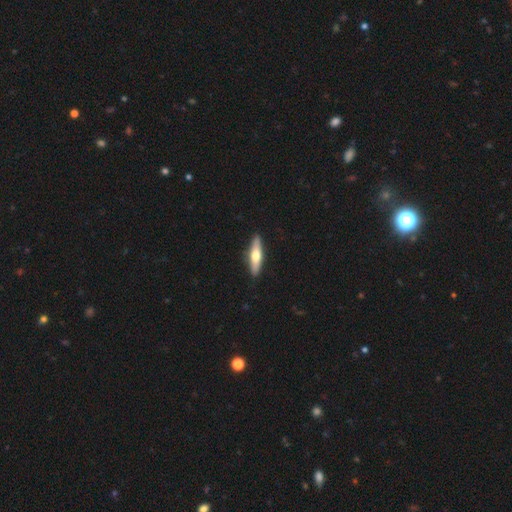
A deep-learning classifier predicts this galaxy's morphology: A smooth galaxy with no disk features (53%) that is cigar-shaped (74%).

Vote fractions:
- Smooth or featured? smooth: 53% / featured or disk: 42% / star or artifact: 5%
- How rounded? cigar-shaped: 74% / in between: 24% / round: 2%
- Merging? none: 90% / minor disturbance: 7% / major disturbance: 1% / merger: 1%